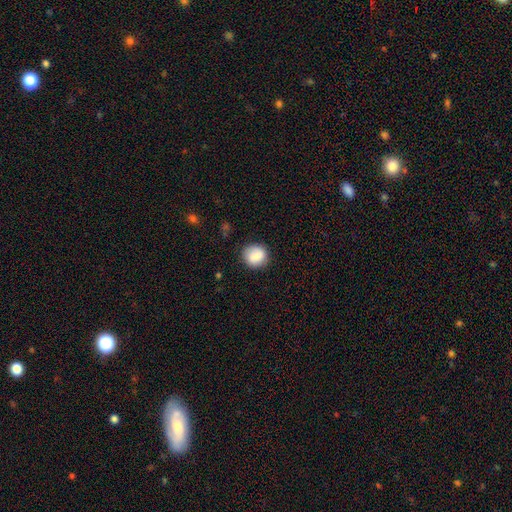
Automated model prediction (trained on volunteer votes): A smooth galaxy with no disk features (84%) that is round (84%).

Vote fractions:
- Smooth or featured? smooth: 84% / featured or disk: 8% / star or artifact: 7%
- How rounded? round: 84% / in between: 15% / cigar-shaped: 1%
- Merging? none: 82% / minor disturbance: 13% / major disturbance: 3% / merger: 1%